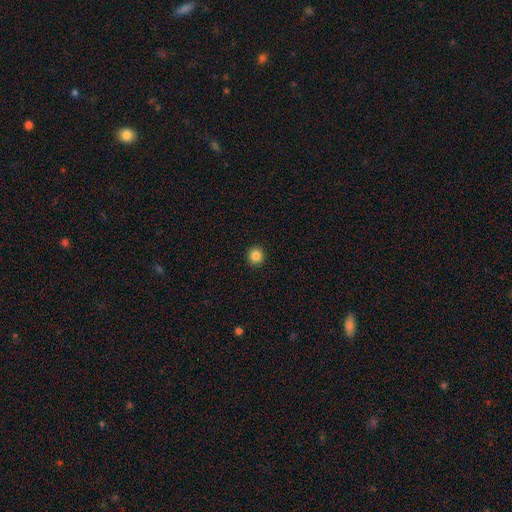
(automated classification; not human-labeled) smooth_or_featured: smooth (p=0.85) [alt: star or artifact p=0.10]
how_rounded: round (p=0.91) [alt: in between p=0.08]
merging: none (p=0.93) [alt: minor disturbance p=0.05]